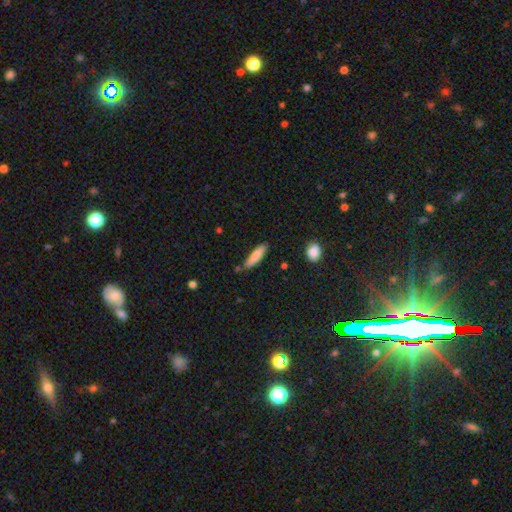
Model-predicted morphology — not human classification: This is clearly a smooth galaxy (82%). How rounded: likely cigar-shaped (75%). Merging: likely none (75%).